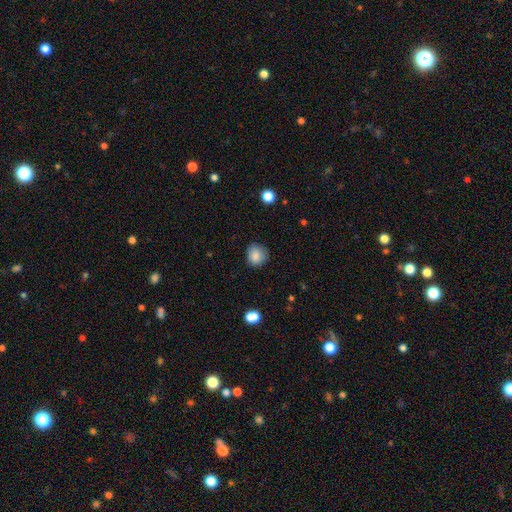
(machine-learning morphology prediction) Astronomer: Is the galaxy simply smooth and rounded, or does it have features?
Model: smooth — 86%.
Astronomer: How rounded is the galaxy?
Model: round — 84%.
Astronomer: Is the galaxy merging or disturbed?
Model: none — 80%.